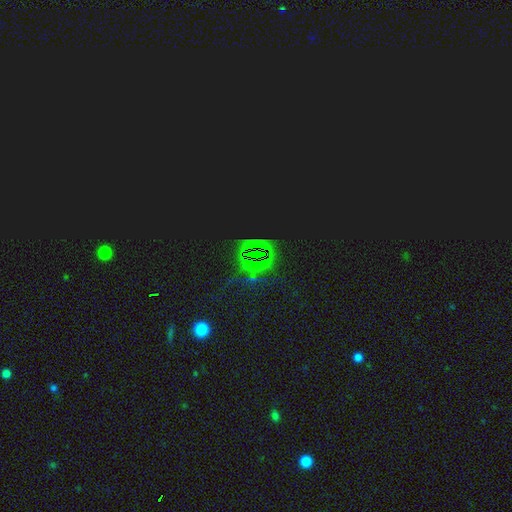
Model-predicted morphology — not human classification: Smooth or featured?
  - star or artifact: 83% *
  - smooth: 9%
  - featured or disk: 8%